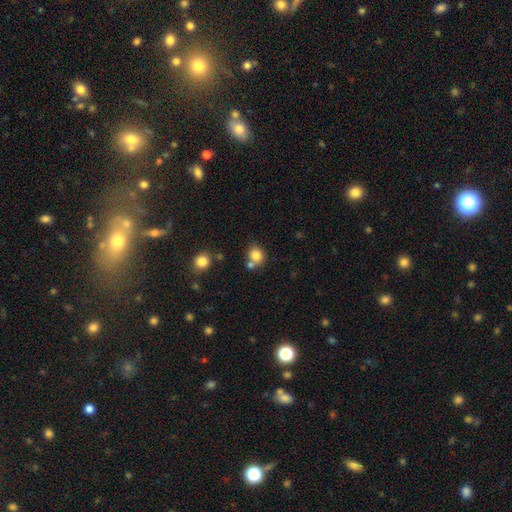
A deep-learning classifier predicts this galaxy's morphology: Smooth or featured? Predicted: smooth (p=0.82). How rounded? Predicted: round (p=0.78). Merging? Predicted: none (p=0.60).